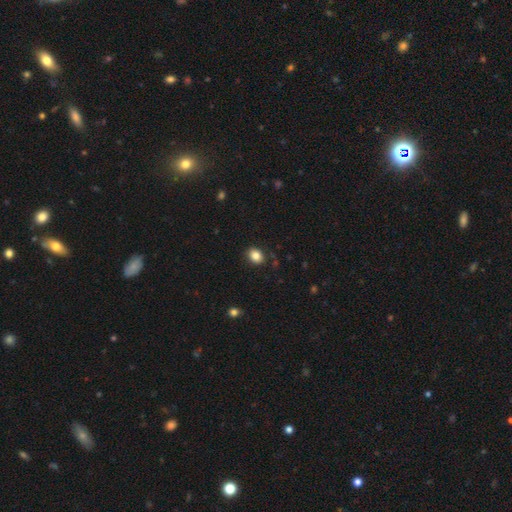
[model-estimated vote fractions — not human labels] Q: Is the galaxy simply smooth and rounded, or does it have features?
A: smooth — 84%.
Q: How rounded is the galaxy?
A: in between — 54%.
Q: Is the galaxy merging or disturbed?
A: none — 87%.